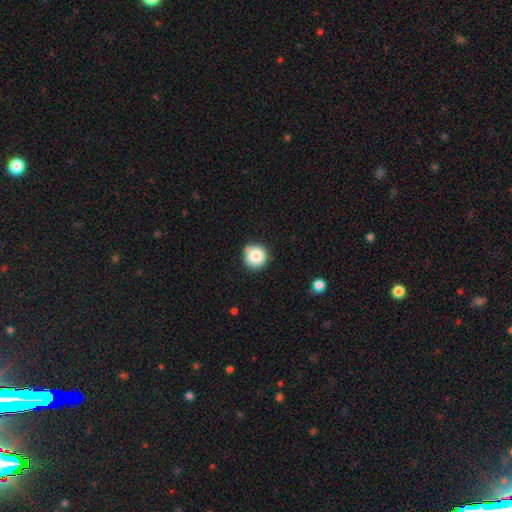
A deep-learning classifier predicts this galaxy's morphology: This appears to be a smooth galaxy with no disk features (84%) that is round (95%). Merging: none (81%).